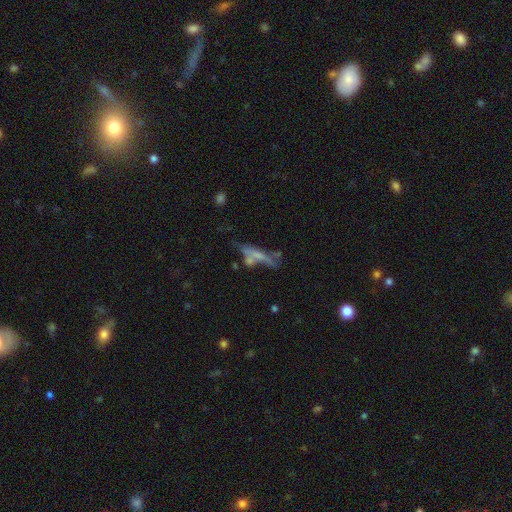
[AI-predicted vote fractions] Smooth or featured? featured or disk (46%)
Merging? none (41%)